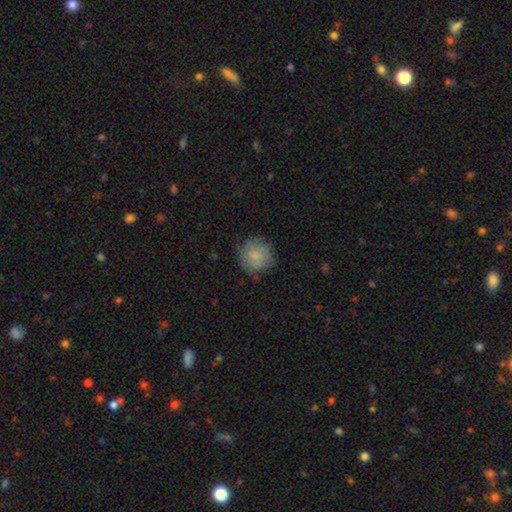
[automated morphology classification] This is likely a smooth galaxy (74%). How rounded: clearly round (91%). Merging: likely none (74%).